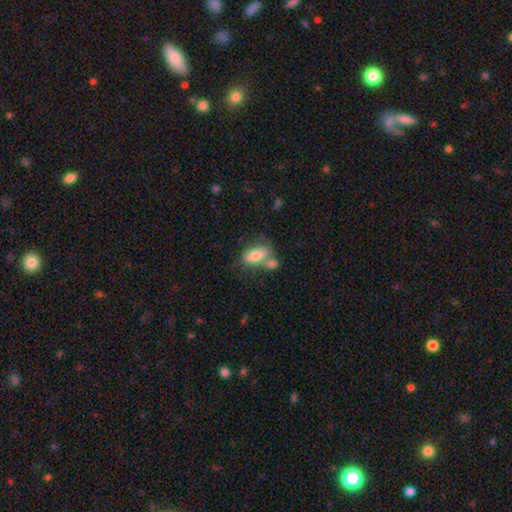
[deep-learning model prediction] This is likely a smooth galaxy (75%). How rounded: clearly in between (89%). Merging: marginally none (40%).